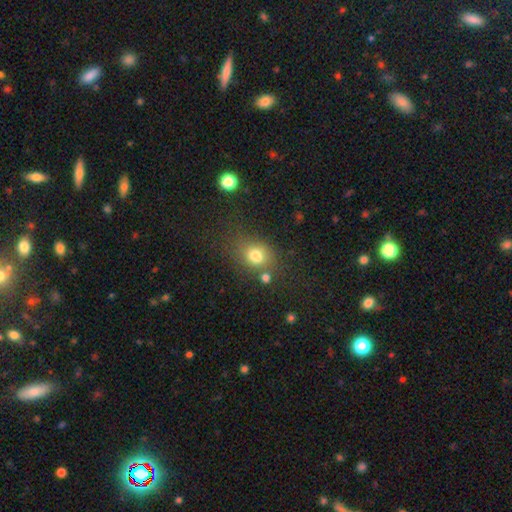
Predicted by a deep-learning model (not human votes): This appears to be a smooth galaxy with no disk features (77%) that is round (54%). Merging: none (60%).